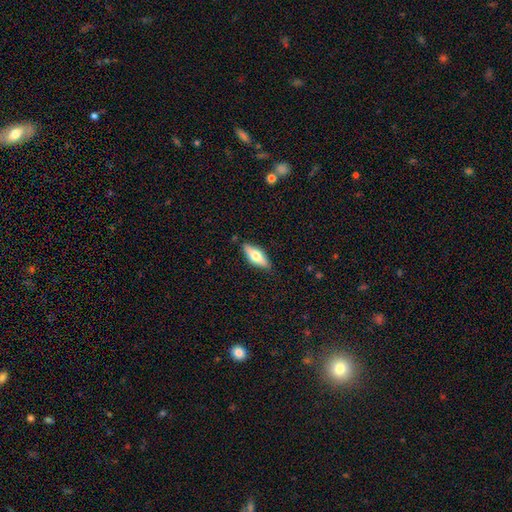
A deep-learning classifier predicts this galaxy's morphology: Smooth or featured? smooth (57%)
How rounded? in between (67%)
Merging? none (84%)